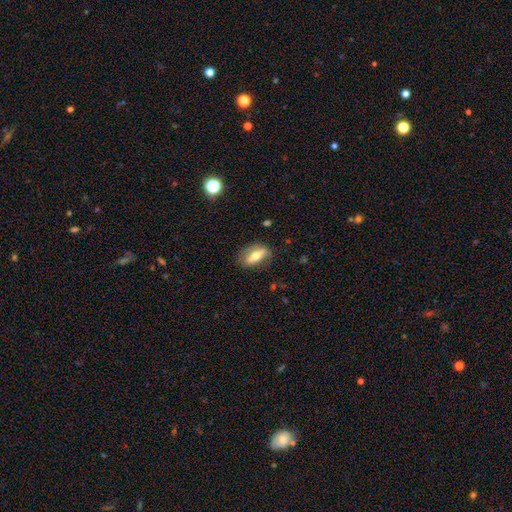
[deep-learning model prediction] Smooth or featured? Predicted: smooth (p=0.53). How rounded? Predicted: in between (p=0.74). Merging? Predicted: none (p=0.72).